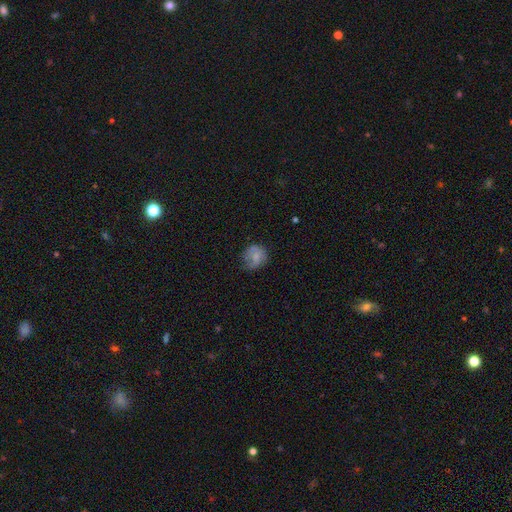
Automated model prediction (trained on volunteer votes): smooth 71%, featured or disk 20%, star or artifact 8%. Down the decision tree: how rounded — round (81%); merging — none (62%).